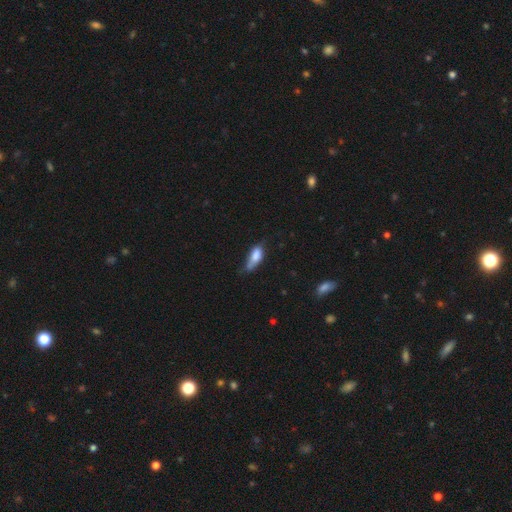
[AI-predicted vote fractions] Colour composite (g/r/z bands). It shows a smooth galaxy with no disk features (77%) that is in between round and cigar-shaped (75%). Merging: minor disturbance (41%).